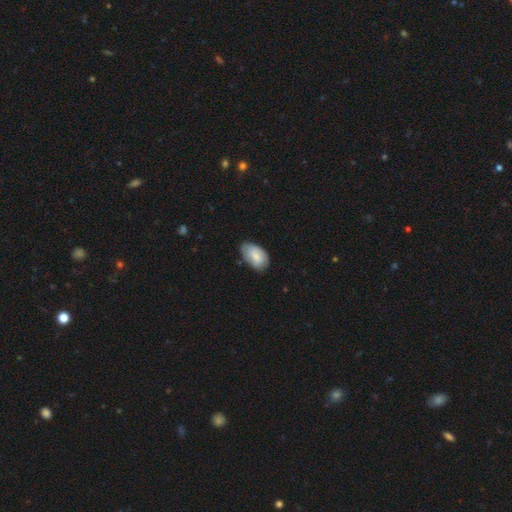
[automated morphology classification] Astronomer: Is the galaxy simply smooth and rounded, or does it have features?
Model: smooth — 78%.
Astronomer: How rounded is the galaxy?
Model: in between — 93%.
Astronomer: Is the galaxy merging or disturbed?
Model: none — 63%.